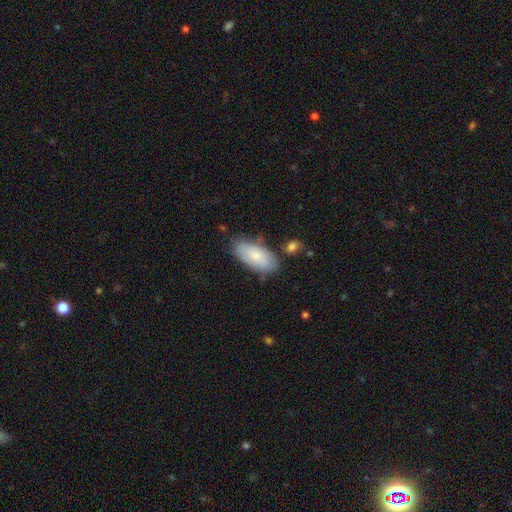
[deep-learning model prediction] Morphology: type=smooth (75%); roundness=in between (93%); merging=none (73%).